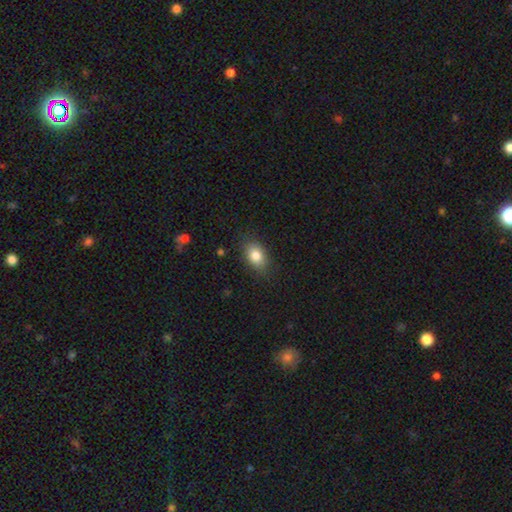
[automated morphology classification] smooth 82%, star or artifact 9%, featured or disk 9%. Down the decision tree: how rounded — in between (78%); merging — none (83%).